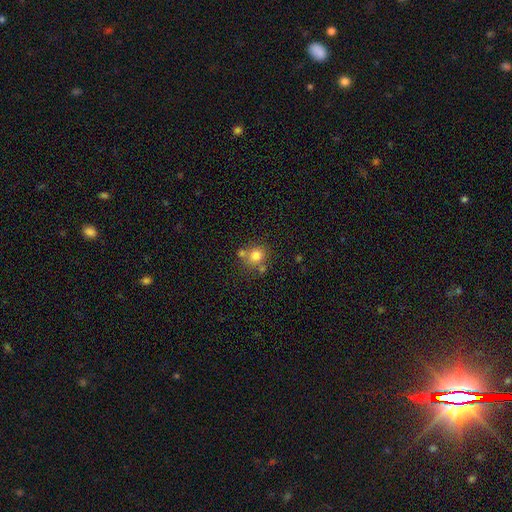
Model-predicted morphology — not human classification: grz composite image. It shows a smooth galaxy with no disk features (77%) that is round (82%). Merging: none (59%).